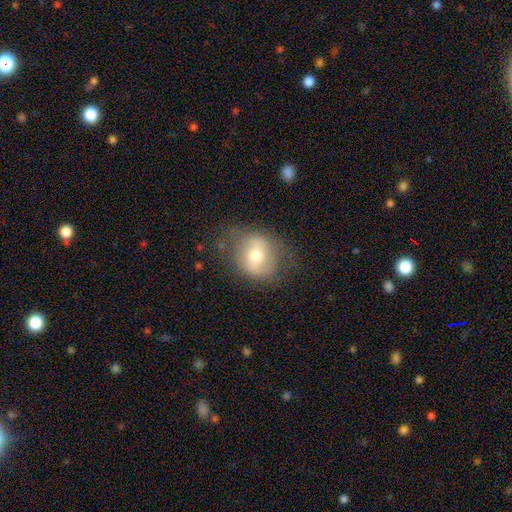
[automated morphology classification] Smooth or featured: smooth — 54% (featured or disk — 38%)
How rounded: round — 59% (in between — 40%)
Merging: none — 68% (minor disturbance — 20%)